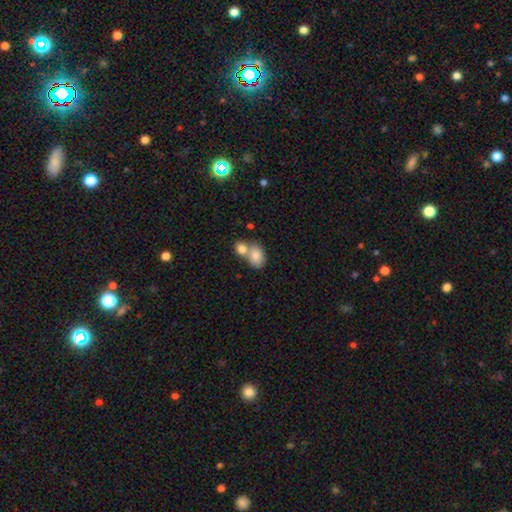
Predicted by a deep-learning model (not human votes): Smooth or featured? Predicted: smooth (p=0.82). How rounded? Predicted: in between (p=0.72). Merging? Predicted: merger (p=0.56).